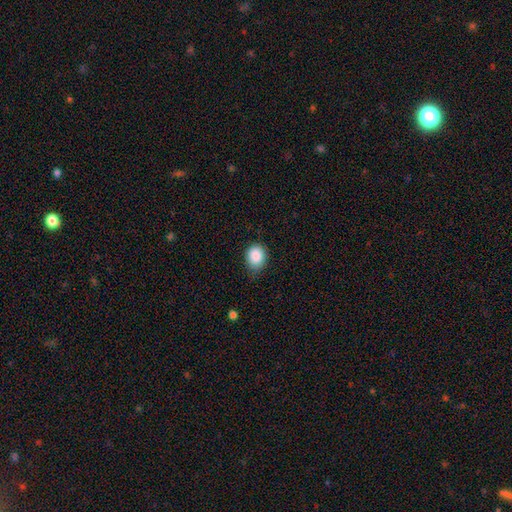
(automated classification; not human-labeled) Smooth or featured? Predicted: smooth (p=0.88). How rounded? Predicted: round (p=0.52). Merging? Predicted: none (p=0.66).